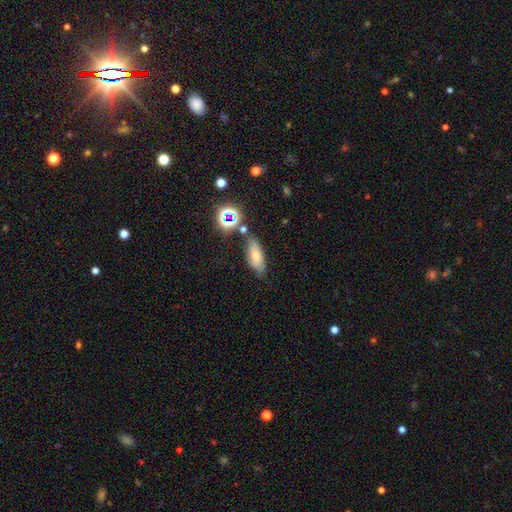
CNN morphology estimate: Smooth or featured?
  - smooth: 57% *
  - featured or disk: 22%
  - star or artifact: 21%
How rounded?
  - in between: 71% *
  - cigar-shaped: 22%
  - round: 6%
Merging?
  - none: 77% *
  - minor disturbance: 15%
  - merger: 5%
  - major disturbance: 4%